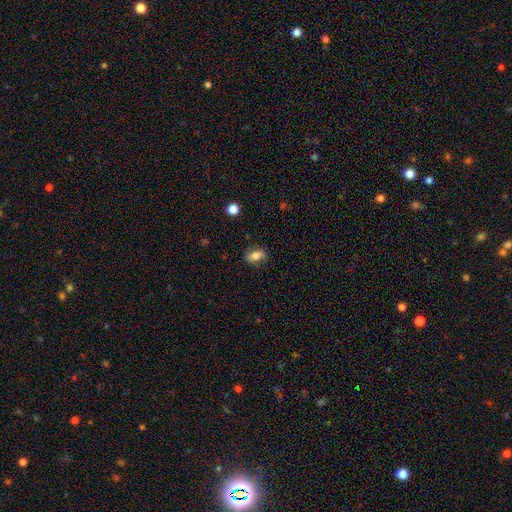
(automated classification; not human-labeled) Overall: smooth (79%). How rounded: in between (86%). Merging: none (80%).